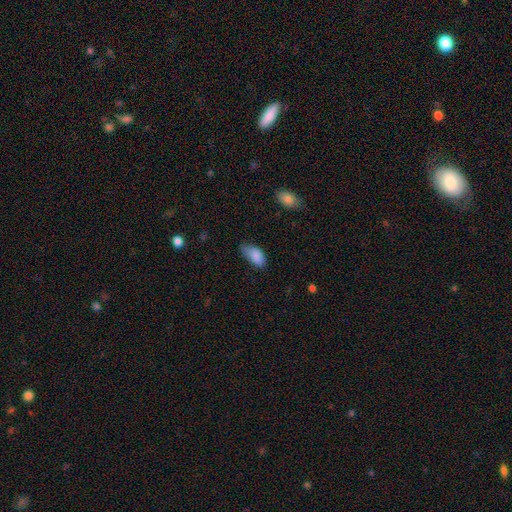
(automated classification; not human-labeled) smooth-or-featured: smooth: 86% | star or artifact: 7% | featured or disk: 7%
  how-rounded: in between: 93% | cigar-shaped: 4% | round: 3%
  merging: none: 51% | minor disturbance: 38% | major disturbance: 9% | merger: 2%